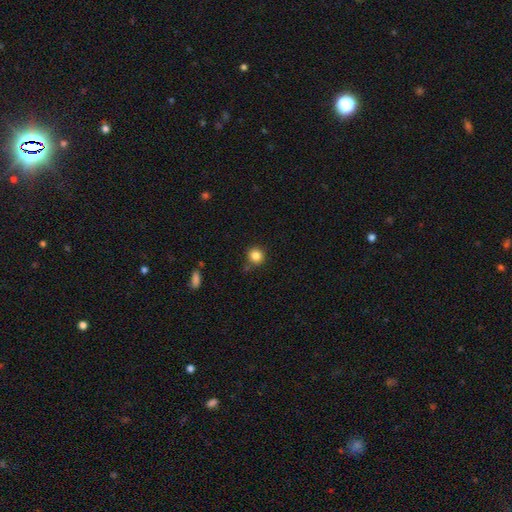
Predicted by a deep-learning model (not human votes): Overall: smooth (84%). How rounded: round (91%). Merging: none (80%).